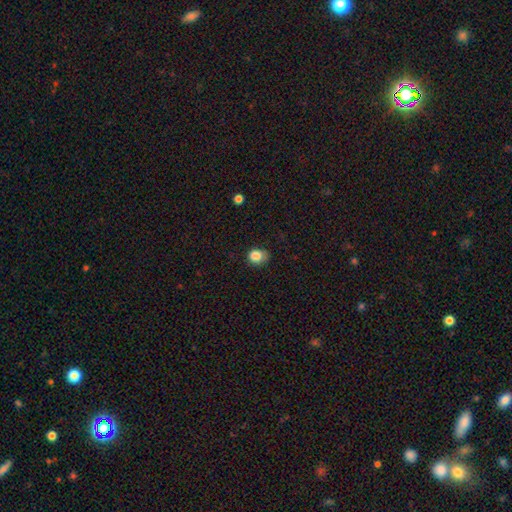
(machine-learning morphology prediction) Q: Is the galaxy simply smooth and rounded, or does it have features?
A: smooth — 83%.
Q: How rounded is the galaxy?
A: round — 60%.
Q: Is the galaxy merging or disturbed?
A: none — 54%.